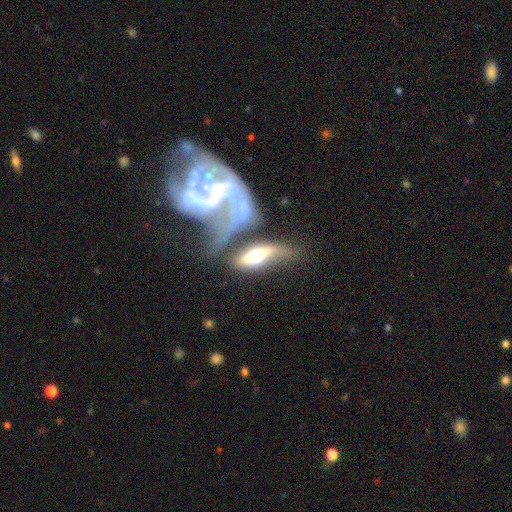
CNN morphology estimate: Smooth or featured?
  - featured or disk: 51% *
  - smooth: 42%
  - star or artifact: 7%
Edge-on disk?
  - yes: 53% *
  - no: 47%
Merging?
  - merger: 38% *
  - none: 31%
  - minor disturbance: 15%
  - major disturbance: 15%